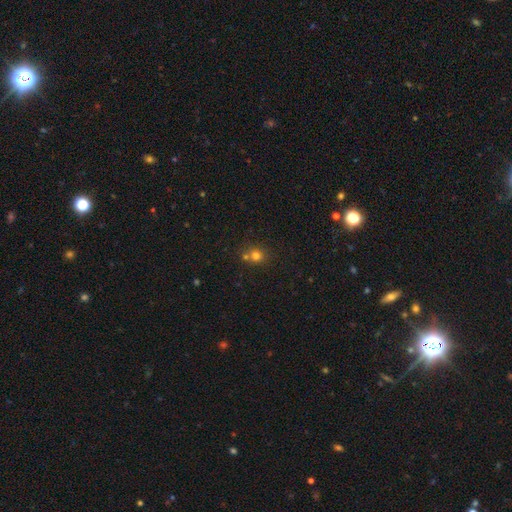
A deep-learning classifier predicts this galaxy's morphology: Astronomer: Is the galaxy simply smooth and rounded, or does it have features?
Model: smooth — 75%.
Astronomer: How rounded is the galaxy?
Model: round — 84%.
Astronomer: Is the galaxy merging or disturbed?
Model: none — 58%.